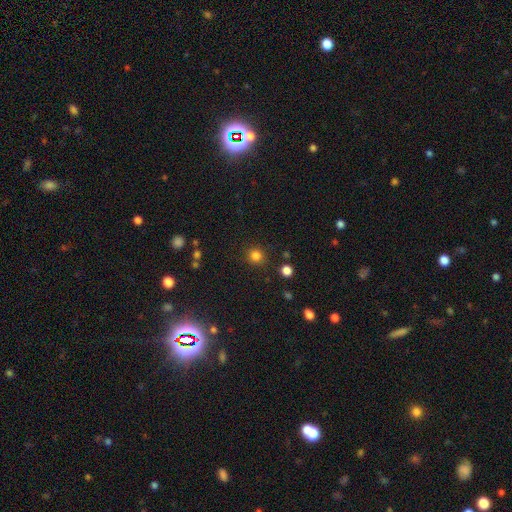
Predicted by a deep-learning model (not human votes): A smooth galaxy with no disk features (82%) that is round (92%). Merging: none (88%).